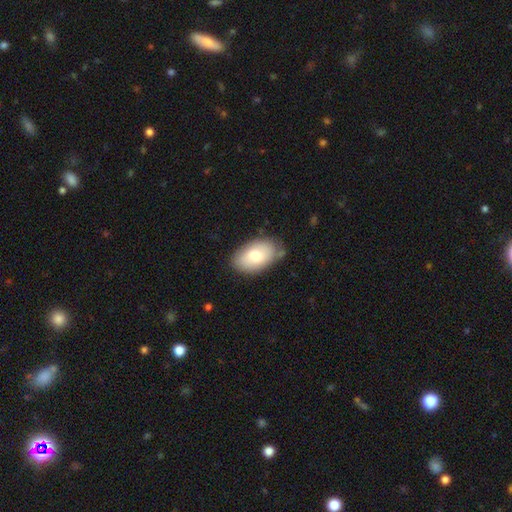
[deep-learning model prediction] This appears to be a smooth galaxy with no disk features (75%) that is in between round and cigar-shaped (92%). Merging: none (77%).